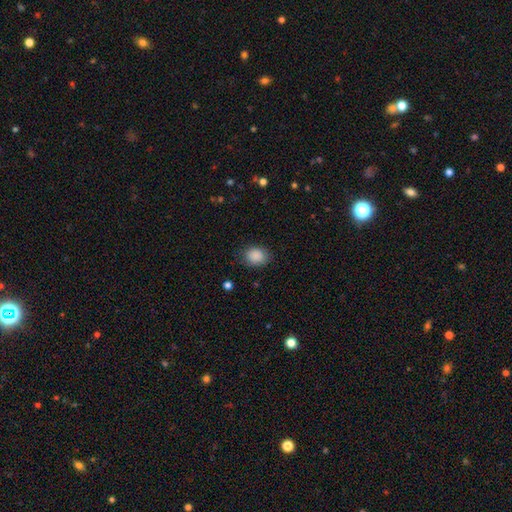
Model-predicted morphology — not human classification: A smooth galaxy with no disk features (88%) that is in between round and cigar-shaped (50%).

Vote fractions:
- Smooth or featured? smooth: 88% / star or artifact: 8% / featured or disk: 3%
- How rounded? in between: 50% / round: 49% / cigar-shaped: 1%
- Merging? none: 82% / minor disturbance: 13% / major disturbance: 4% / merger: 1%